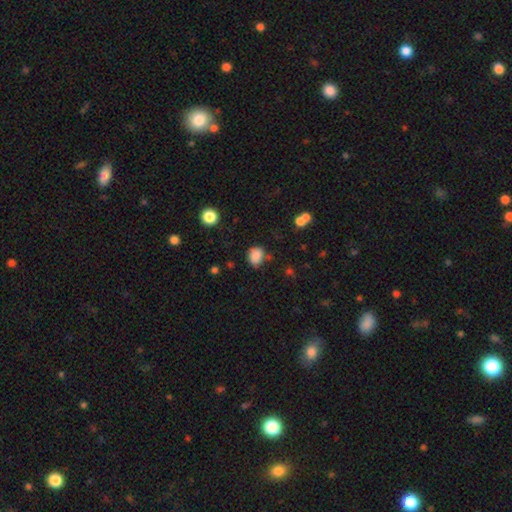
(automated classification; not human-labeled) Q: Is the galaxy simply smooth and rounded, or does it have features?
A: smooth — 84%.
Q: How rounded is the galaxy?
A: in between — 51%.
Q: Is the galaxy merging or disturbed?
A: none — 65%.